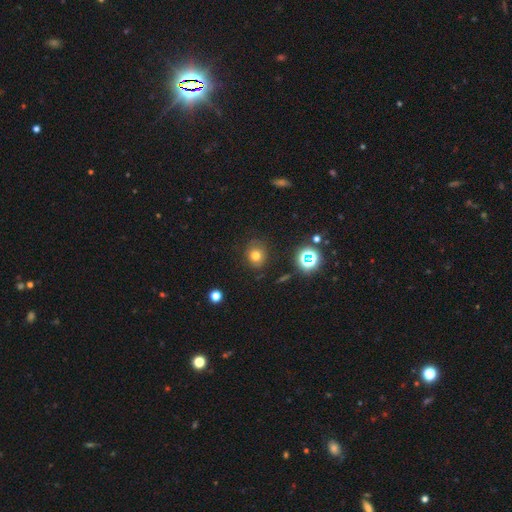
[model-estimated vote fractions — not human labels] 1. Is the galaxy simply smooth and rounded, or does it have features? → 70% smooth, 20% star or artifact, 10% featured or disk.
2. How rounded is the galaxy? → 74% round, 25% in between, 1% cigar-shaped.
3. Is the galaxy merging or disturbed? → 81% none, 13% minor disturbance, 4% major disturbance, 2% merger.